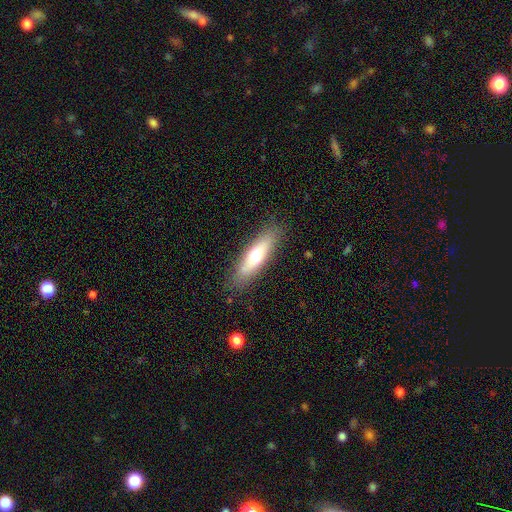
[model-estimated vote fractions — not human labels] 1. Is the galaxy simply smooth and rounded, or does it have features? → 57% smooth, 36% featured or disk, 7% star or artifact.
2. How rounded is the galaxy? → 59% cigar-shaped, 38% in between, 2% round.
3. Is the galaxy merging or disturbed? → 85% none, 11% minor disturbance, 3% major disturbance, 1% merger.